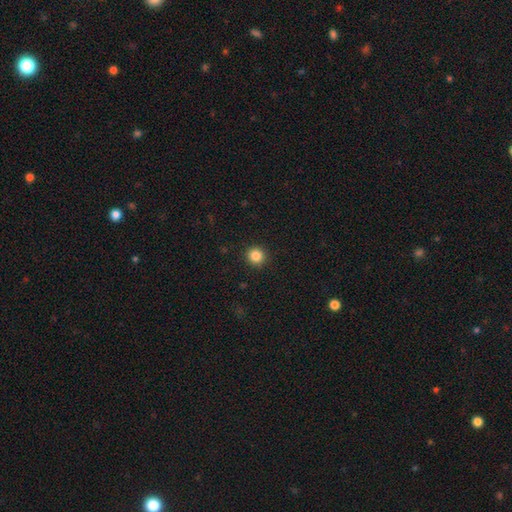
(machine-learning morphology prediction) The model was most divided on "smooth or featured": smooth: 85%, star or artifact: 11%, featured or disk: 4%. More confident: how rounded — round (94%); merging — none (93%).